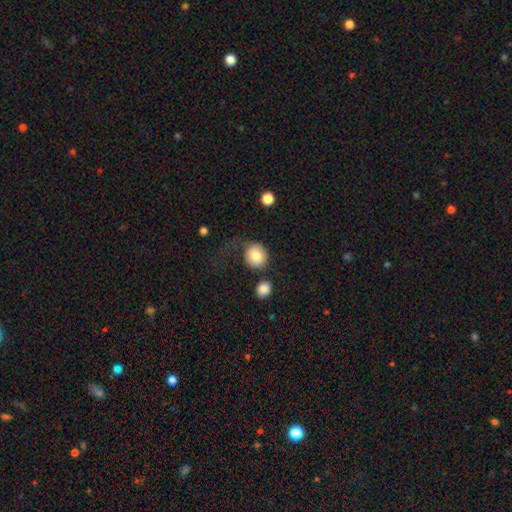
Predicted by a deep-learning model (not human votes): Morphology: type=smooth (82%); roundness=round (90%); merging=none (58%).